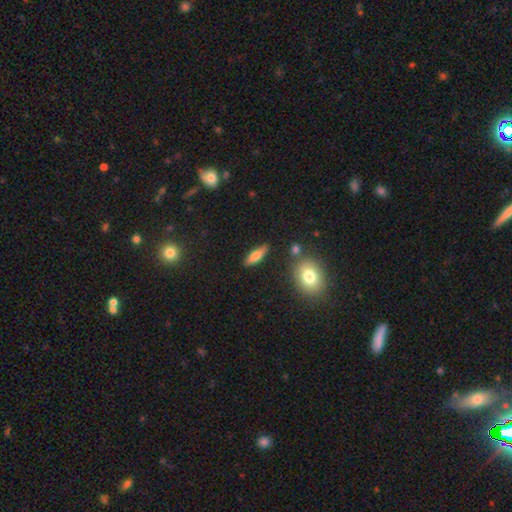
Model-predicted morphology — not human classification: Overall: smooth (69%). How rounded: cigar-shaped (50%; in between 47%). Merging: none (83%).